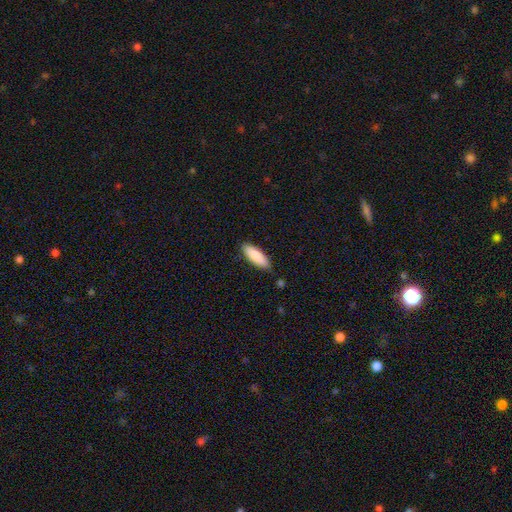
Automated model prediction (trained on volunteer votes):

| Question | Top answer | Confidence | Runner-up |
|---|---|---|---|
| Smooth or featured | smooth | 87% | featured or disk (8%) |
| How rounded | in between | 61% | cigar-shaped (38%) |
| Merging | none | 84% | minor disturbance (12%) |